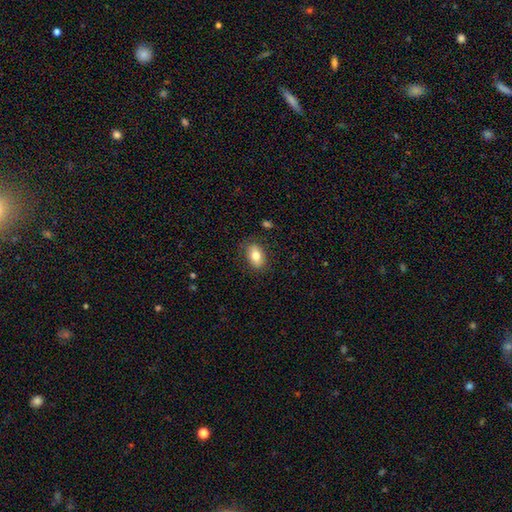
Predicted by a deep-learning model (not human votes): Morphology: type=smooth (77%); roundness=in between (86%); merging=none (82%).